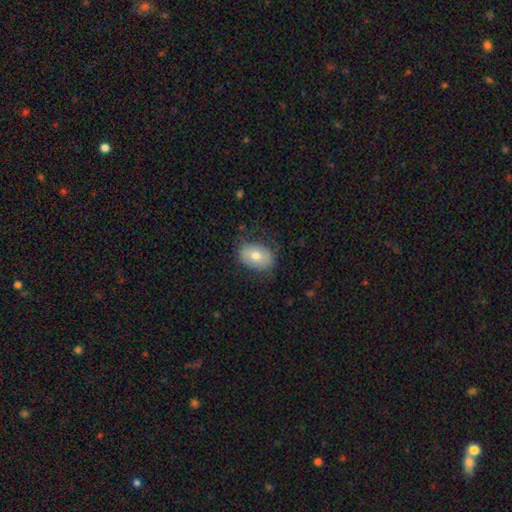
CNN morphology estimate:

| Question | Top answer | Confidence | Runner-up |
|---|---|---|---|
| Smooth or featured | smooth | 70% | featured or disk (22%) |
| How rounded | in between | 79% | round (20%) |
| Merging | none | 74% | minor disturbance (19%) |